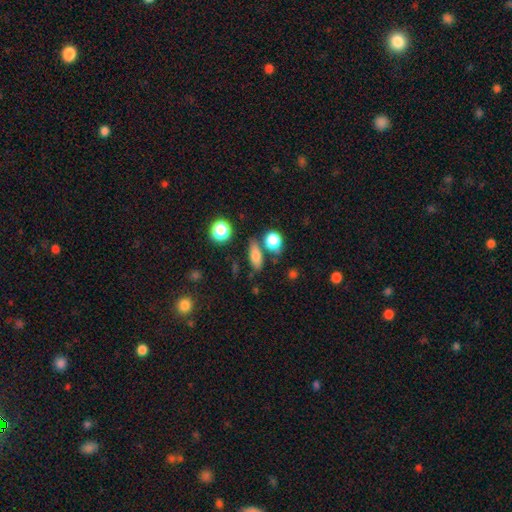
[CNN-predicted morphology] A smooth galaxy with no disk features (74%) that is in between round and cigar-shaped (60%). Merging: none (73%).